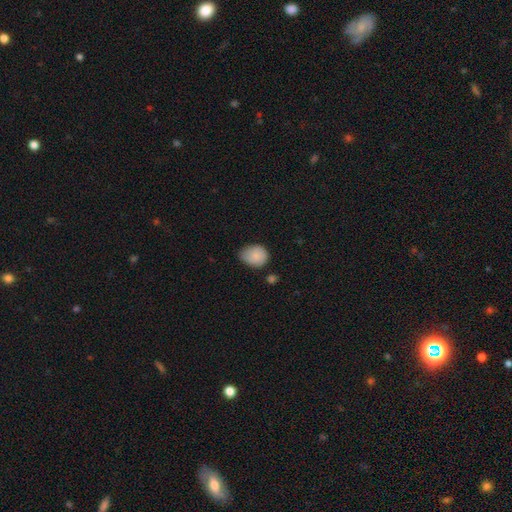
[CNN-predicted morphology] Smooth or featured? smooth (83%)
How rounded? in between (50%)
Merging? none (50%)